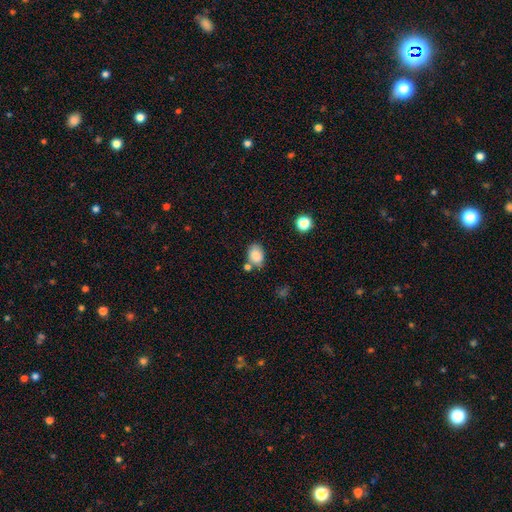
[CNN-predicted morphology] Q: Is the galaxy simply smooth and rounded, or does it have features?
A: smooth — 85%.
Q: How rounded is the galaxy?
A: in between — 77%.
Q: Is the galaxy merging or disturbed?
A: none — 61%.